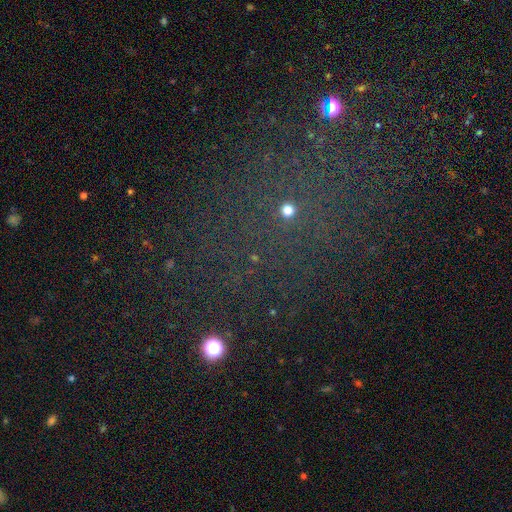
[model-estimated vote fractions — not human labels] Smooth or featured: star or artifact — 59% (smooth — 26%)